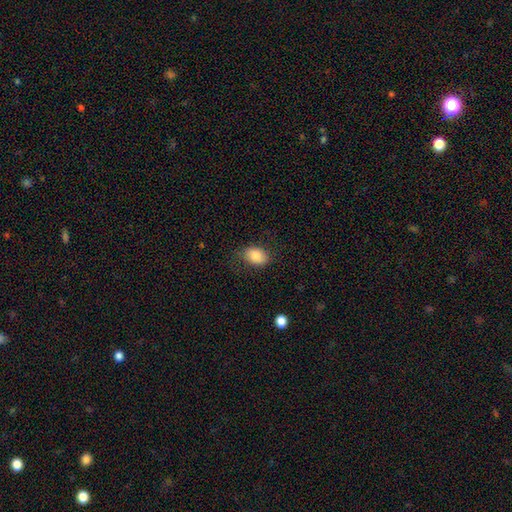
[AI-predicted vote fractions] Smooth or featured? smooth (82%)
How rounded? in between (80%)
Merging? none (77%)